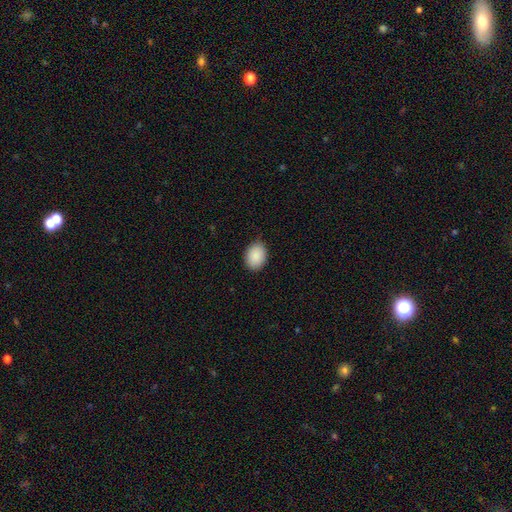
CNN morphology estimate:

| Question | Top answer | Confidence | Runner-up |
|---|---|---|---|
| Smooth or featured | smooth | 90% | star or artifact (7%) |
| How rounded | in between | 68% | round (31%) |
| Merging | none | 82% | minor disturbance (15%) |